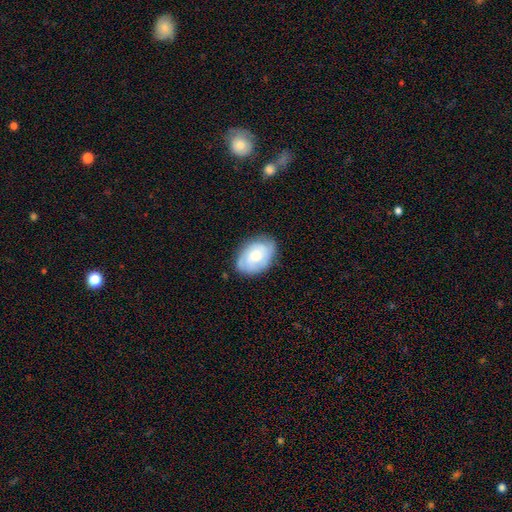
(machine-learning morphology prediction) featured or disk 51%, smooth 42%, star or artifact 7%. Down the decision tree: edge-on disk — no (95%); merging — none (74%).